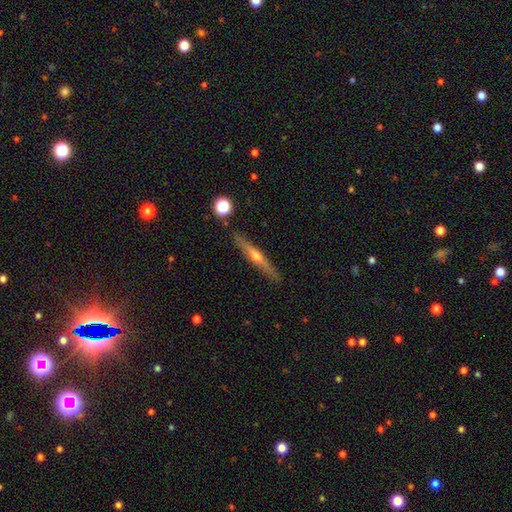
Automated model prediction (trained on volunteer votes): smooth_or_featured: featured or disk (p=0.70) [alt: smooth p=0.23]
disk_edge_on: yes (p=0.97) [alt: no p=0.03]
edge_on_bulge: rounded (p=0.87) [alt: none p=0.10]
merging: none (p=0.89) [alt: minor disturbance p=0.08]